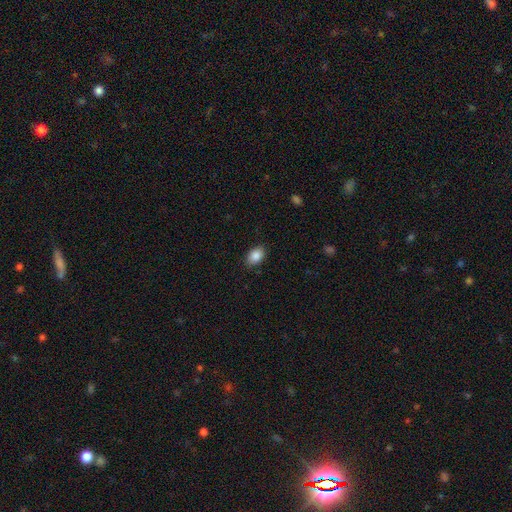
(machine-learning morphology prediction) smooth-or-featured: smooth: 88% | star or artifact: 8% | featured or disk: 5%
  how-rounded: in between: 84% | round: 15% | cigar-shaped: 1%
  merging: none: 86% | minor disturbance: 11% | major disturbance: 3% | merger: 1%